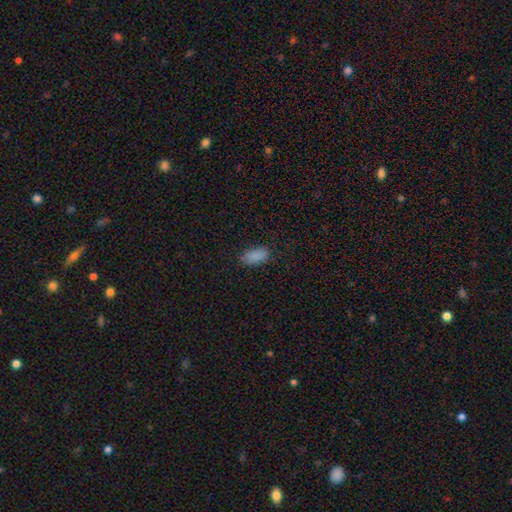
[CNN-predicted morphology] Q: Smooth or featured?
A: smooth (86%); runner-up: star or artifact (10%)
Q: How rounded?
A: in between (93%); runner-up: cigar-shaped (5%)
Q: Merging?
A: none (83%); runner-up: minor disturbance (13%)